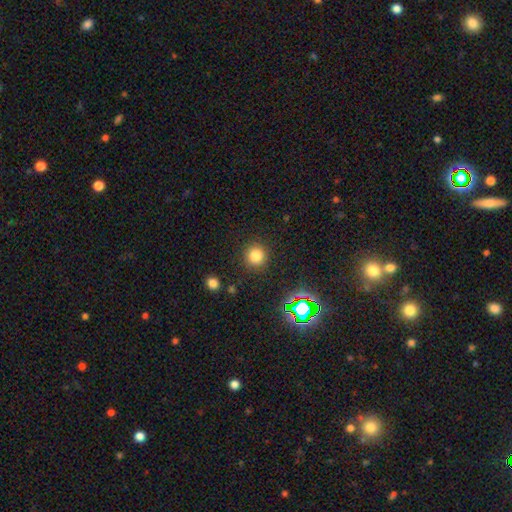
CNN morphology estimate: smooth-or-featured: smooth: 78% | star or artifact: 16% | featured or disk: 5%
  how-rounded: round: 93% | in between: 6% | cigar-shaped: 1%
  merging: none: 89% | minor disturbance: 6% | major disturbance: 3% | merger: 2%